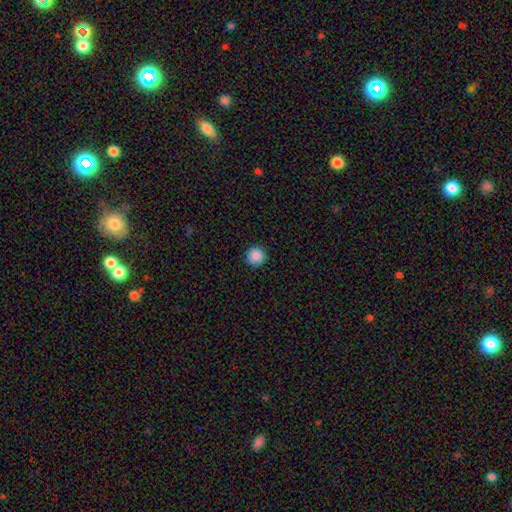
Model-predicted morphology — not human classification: smooth_or_featured: smooth (p=0.88) [alt: star or artifact p=0.09]
how_rounded: round (p=0.96) [alt: in between p=0.03]
merging: none (p=0.93) [alt: minor disturbance p=0.05]